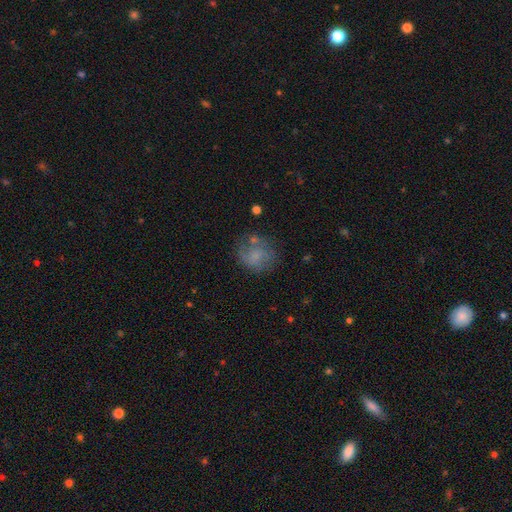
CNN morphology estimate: The model was most divided on "smooth or featured": smooth: 53%, featured or disk: 36%, star or artifact: 11%. More confident: how rounded — round (73%); merging — none (58%).